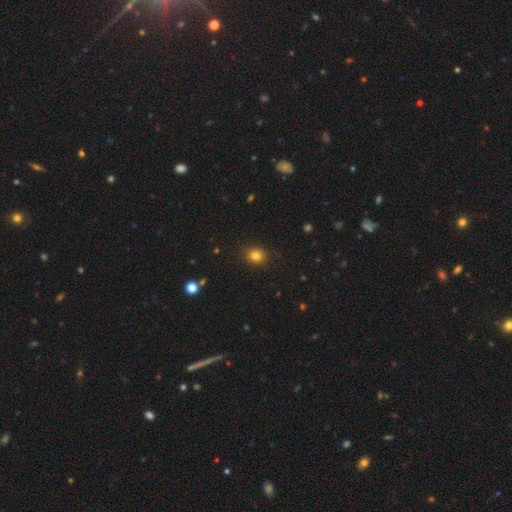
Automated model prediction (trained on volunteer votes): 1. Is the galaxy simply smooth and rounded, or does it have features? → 82% smooth, 12% star or artifact, 6% featured or disk.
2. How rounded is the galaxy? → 70% round, 29% in between, 1% cigar-shaped.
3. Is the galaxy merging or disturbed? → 89% none, 8% minor disturbance, 2% major disturbance, 1% merger.